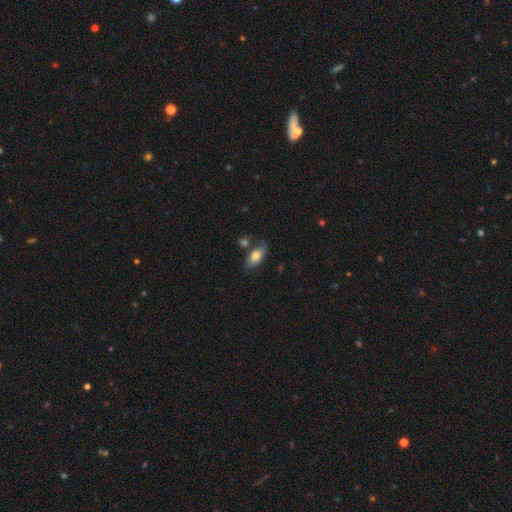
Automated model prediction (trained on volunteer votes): Smooth or featured?
  - smooth: 74% *
  - featured or disk: 19%
  - star or artifact: 7%
How rounded?
  - in between: 90% *
  - cigar-shaped: 5%
  - round: 5%
Merging?
  - none: 59% *
  - minor disturbance: 21%
  - merger: 13%
  - major disturbance: 7%